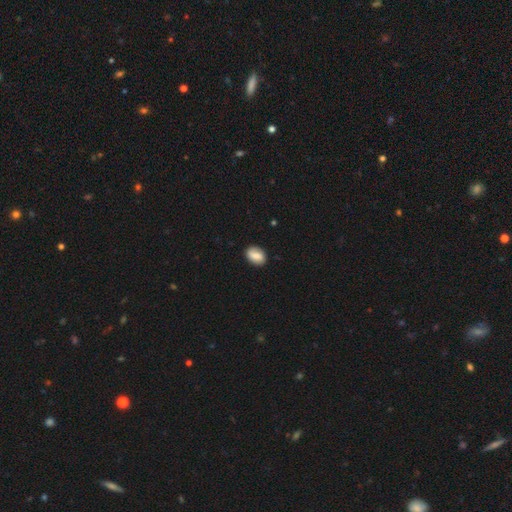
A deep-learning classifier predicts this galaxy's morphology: This is likely a smooth galaxy (78%). How rounded: likely in between (76%). Merging: clearly none (83%).